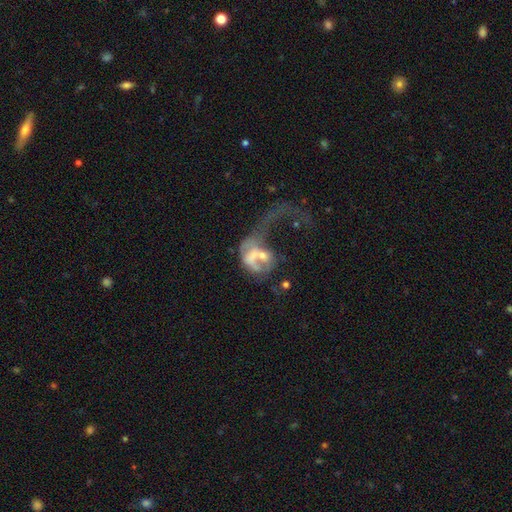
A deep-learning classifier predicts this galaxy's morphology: A featured or disk galaxy (58%) with no bar (73%), no spiral arms (69%) and a moderate central bulge (32%).

Vote fractions:
- Smooth or featured? featured or disk: 58% / smooth: 31% / star or artifact: 11%
- Edge-on disk? no: 96% / yes: 4%
- Bar? no: 73% / weak: 19% / strong: 8%
- Spiral arms? no: 69% / yes: 31%
- Bulge size? moderate: 32% / none: 29% / small: 22% / large: 12% / dominant: 4%
- Merging? major disturbance: 49% / merger: 37% / none: 8% / minor disturbance: 6%